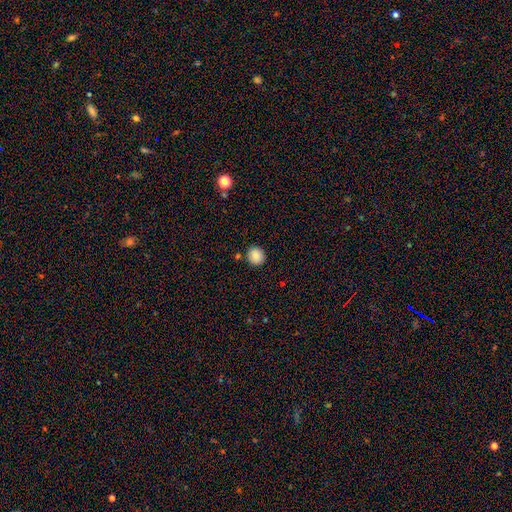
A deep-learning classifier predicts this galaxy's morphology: smooth_or_featured: smooth (p=0.87) [alt: star or artifact p=0.09]
how_rounded: round (p=0.85) [alt: in between p=0.14]
merging: none (p=0.87) [alt: minor disturbance p=0.08]